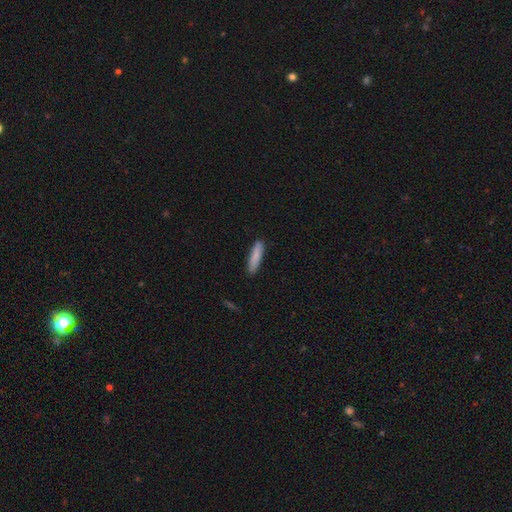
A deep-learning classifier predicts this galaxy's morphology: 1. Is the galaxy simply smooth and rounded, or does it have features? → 85% smooth, 9% featured or disk, 6% star or artifact.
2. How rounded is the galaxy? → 79% cigar-shaped, 19% in between, 1% round.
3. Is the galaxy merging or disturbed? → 87% none, 10% minor disturbance, 2% major disturbance, 1% merger.